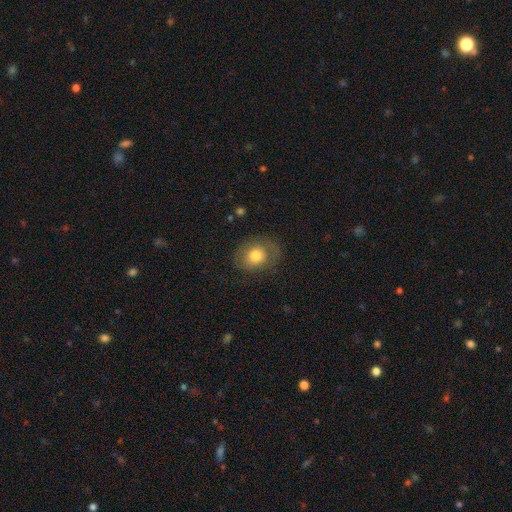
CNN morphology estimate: A smooth galaxy with no disk features (73%) that is round (56%).

Vote fractions:
- Smooth or featured? smooth: 73% / featured or disk: 19% / star or artifact: 9%
- How rounded? round: 56% / in between: 43% / cigar-shaped: 1%
- Merging? none: 74% / minor disturbance: 17% / major disturbance: 8% / merger: 1%